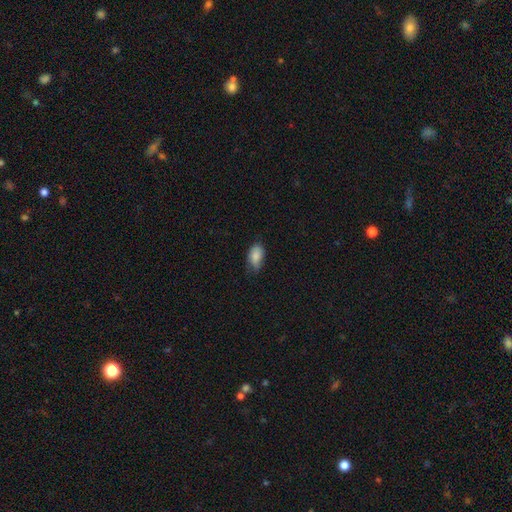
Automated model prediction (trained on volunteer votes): Smooth or featured? smooth (84%)
How rounded? in between (92%)
Merging? none (58%)